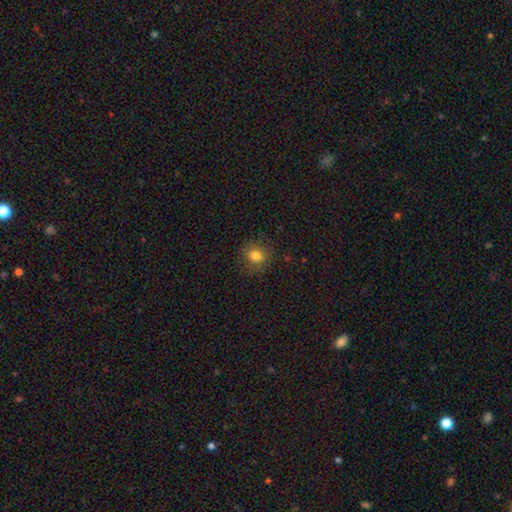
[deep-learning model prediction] This is likely a smooth galaxy (80%). How rounded: clearly round (86%). Merging: clearly none (86%).